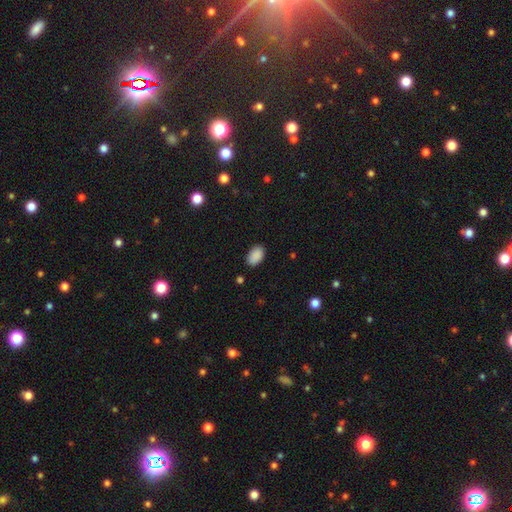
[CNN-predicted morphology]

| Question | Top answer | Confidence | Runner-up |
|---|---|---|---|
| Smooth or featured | smooth | 90% | star or artifact (8%) |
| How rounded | in between | 92% | round (7%) |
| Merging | none | 88% | minor disturbance (9%) |